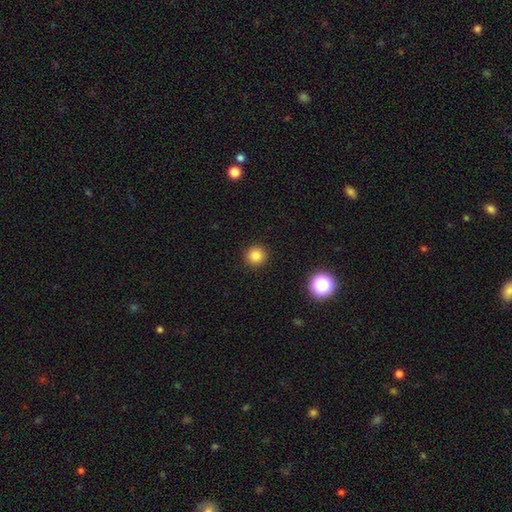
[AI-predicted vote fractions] Smooth or featured?
  - smooth: 82% *
  - star or artifact: 13%
  - featured or disk: 5%
How rounded?
  - round: 95% *
  - in between: 4%
  - cigar-shaped: 1%
Merging?
  - none: 93% *
  - minor disturbance: 5%
  - major disturbance: 2%
  - merger: 1%